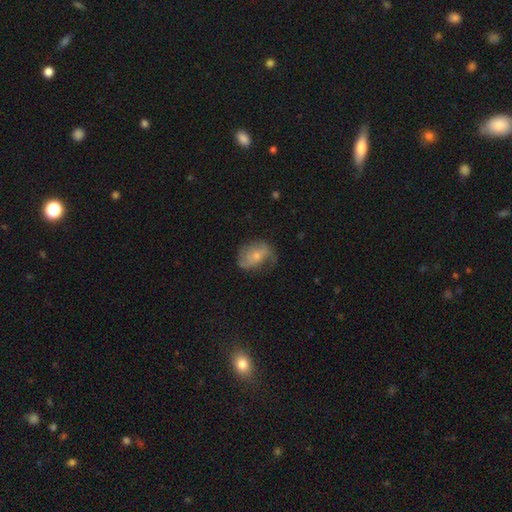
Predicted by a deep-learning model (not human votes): Q: Smooth or featured?
A: featured or disk (58%); runner-up: smooth (34%)
Q: Edge-on disk?
A: no (97%); runner-up: yes (3%)
Q: Bar?
A: no (67%); runner-up: weak (27%)
Q: Spiral arms?
A: yes (81%); runner-up: no (19%)
Q: Bulge size?
A: small (54%); runner-up: moderate (36%)
Q: Merging?
A: none (49%); runner-up: minor disturbance (29%)